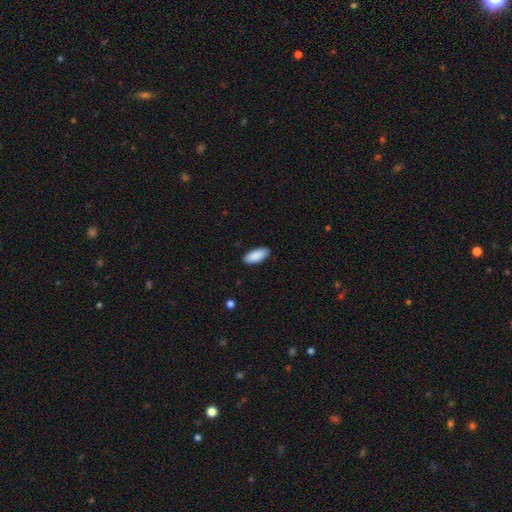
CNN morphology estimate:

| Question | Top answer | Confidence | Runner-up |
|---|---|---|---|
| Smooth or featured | smooth | 90% | star or artifact (6%) |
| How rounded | in between | 87% | cigar-shaped (11%) |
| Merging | none | 88% | minor disturbance (9%) |